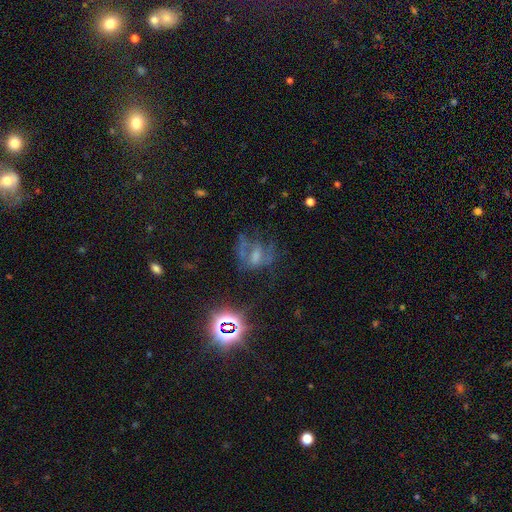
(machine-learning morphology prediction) smooth_or_featured: featured or disk (p=0.42) [alt: star or artifact p=0.39]
merging: none (p=0.47) [alt: major disturbance p=0.29]